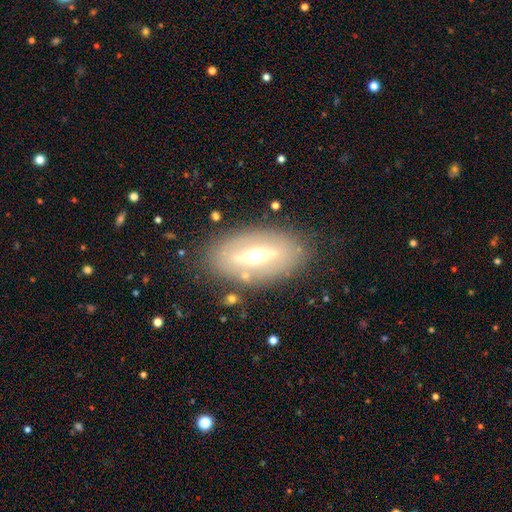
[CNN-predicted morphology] featured or disk 63%, smooth 30%, star or artifact 8%. Down the decision tree: edge-on disk — no (73%); merging — none (80%).